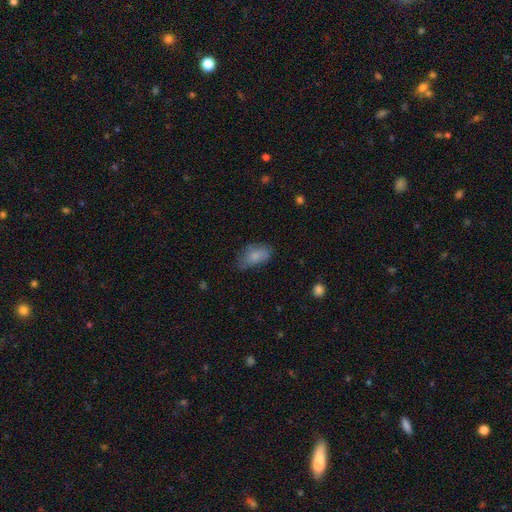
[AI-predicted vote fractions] This is clearly a smooth galaxy (82%). How rounded: clearly in between (92%). Merging: possibly none (55%).